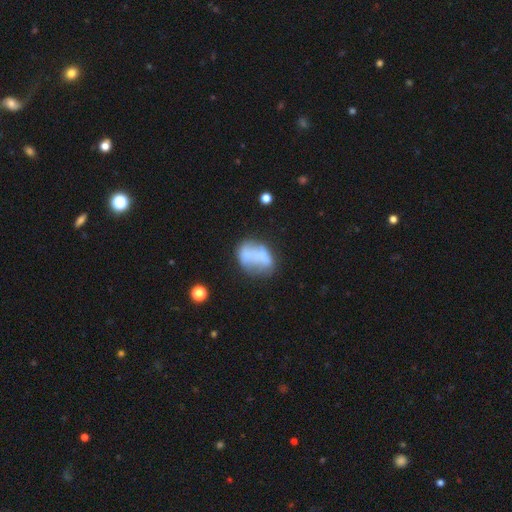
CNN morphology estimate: This appears to be a smooth galaxy with no disk features (49%). Merging: none (38%).